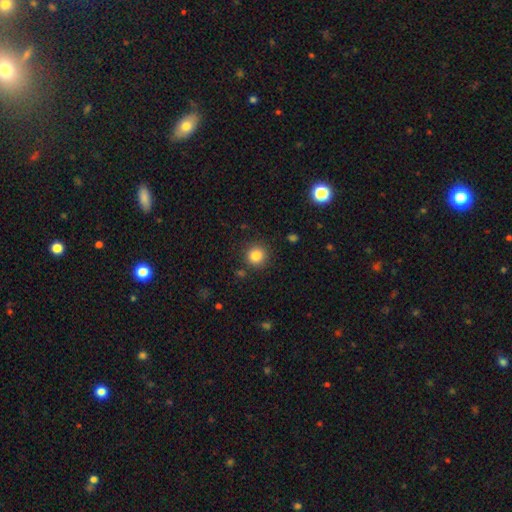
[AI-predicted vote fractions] This appears to be a smooth galaxy with no disk features (84%) that is round (94%). Merging: none (88%).